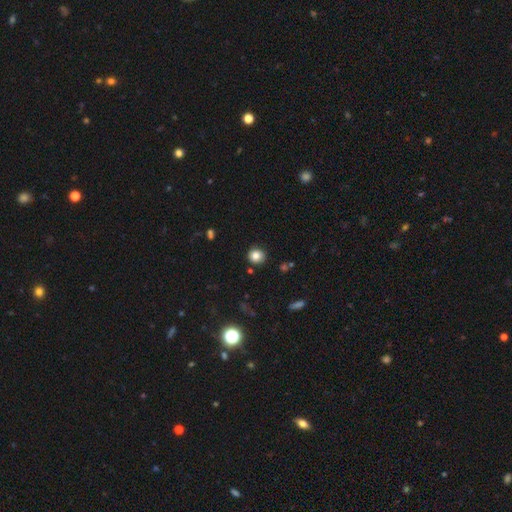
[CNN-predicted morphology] This appears to be a smooth galaxy with no disk features (83%) that is round (86%). Merging: none (88%).